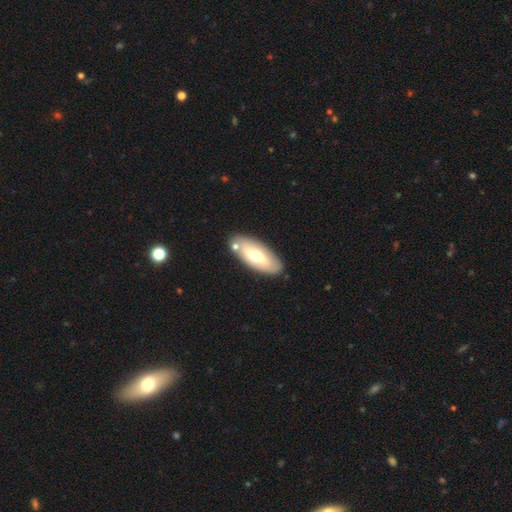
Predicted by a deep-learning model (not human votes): Smooth or featured? smooth (50%)
Merging? none (76%)